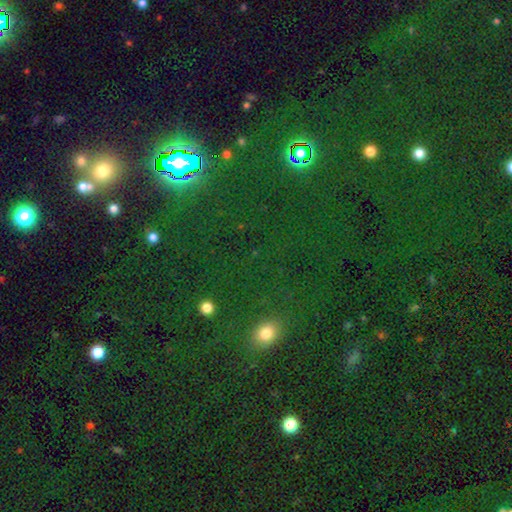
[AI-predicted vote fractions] Q: Smooth or featured?
A: star or artifact (59%); runner-up: smooth (33%)